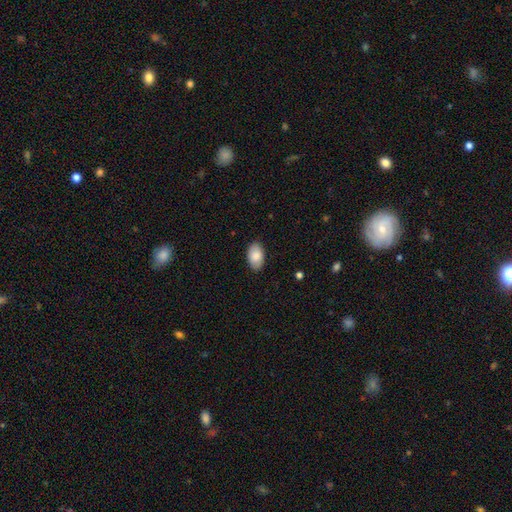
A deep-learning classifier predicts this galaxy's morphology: smooth-or-featured: smooth: 86% | featured or disk: 8% | star or artifact: 6%
  how-rounded: in between: 94% | round: 5% | cigar-shaped: 1%
  merging: none: 88% | minor disturbance: 9% | major disturbance: 2% | merger: 1%